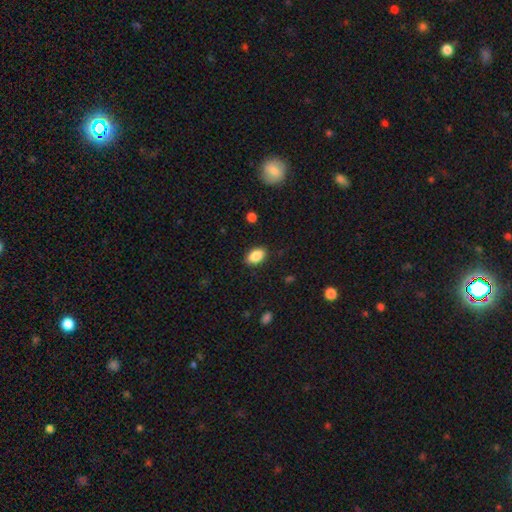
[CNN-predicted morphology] smooth-or-featured: smooth: 88% | star or artifact: 8% | featured or disk: 4%
  how-rounded: in between: 90% | round: 9% | cigar-shaped: 2%
  merging: none: 87% | minor disturbance: 10% | major disturbance: 2% | merger: 1%